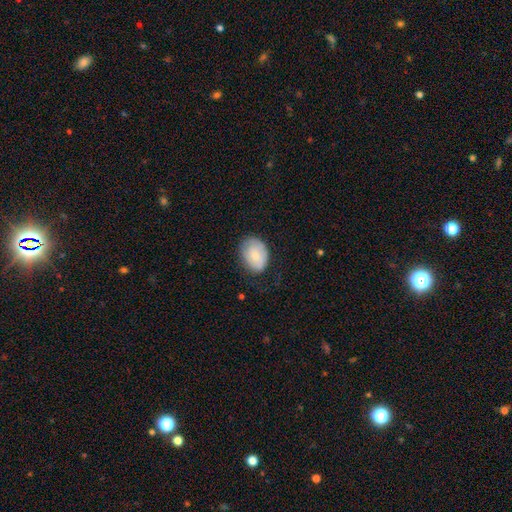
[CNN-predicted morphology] type=smooth (76%); roundness=in between (76%); merging=none (69%).